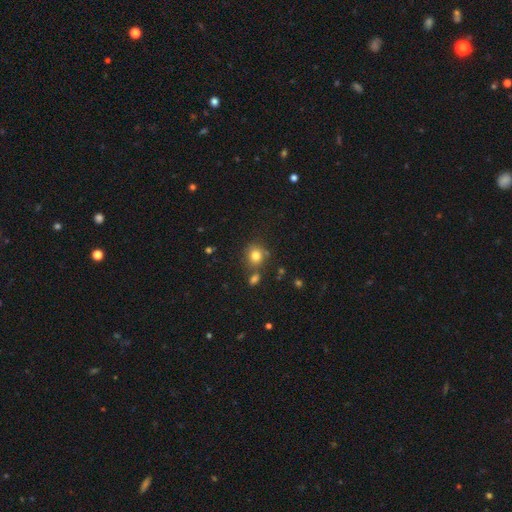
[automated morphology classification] The model was most divided on "merging": none: 68%, merger: 15%, minor disturbance: 13%, major disturbance: 4%. More confident: smooth or featured — smooth (80%); how rounded — round (78%).